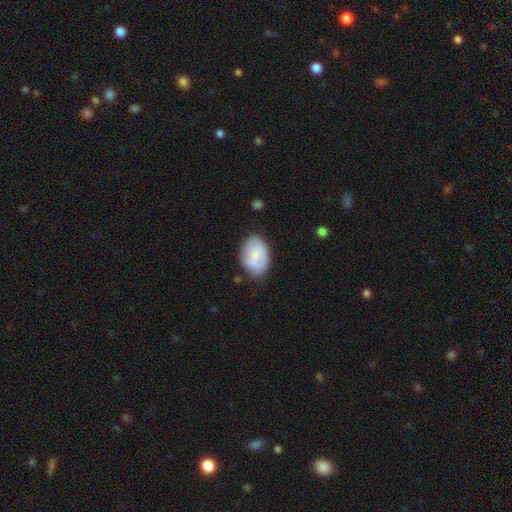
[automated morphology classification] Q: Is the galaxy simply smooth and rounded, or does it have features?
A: smooth — 71%.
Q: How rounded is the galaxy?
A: in between — 83%.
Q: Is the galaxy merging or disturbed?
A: none — 67%.